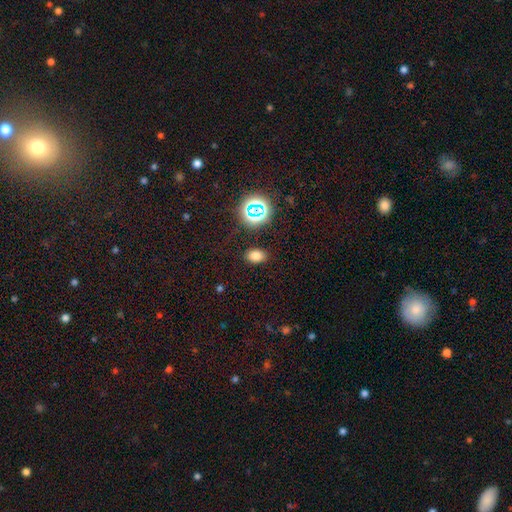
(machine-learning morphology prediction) Smooth or featured? Predicted: smooth (p=0.75). How rounded? Predicted: in between (p=0.80). Merging? Predicted: none (p=0.86).